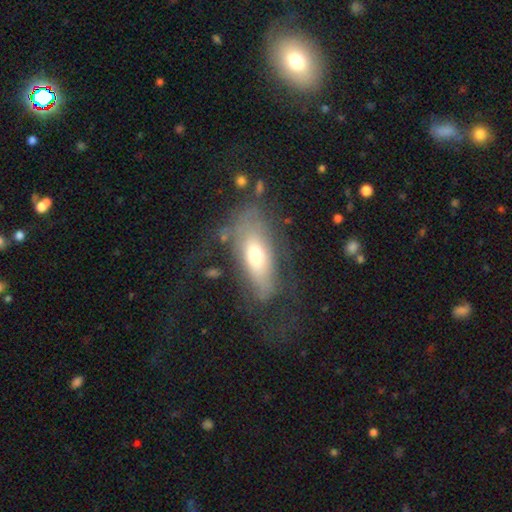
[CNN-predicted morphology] type=smooth (50%); merging=none (49%).